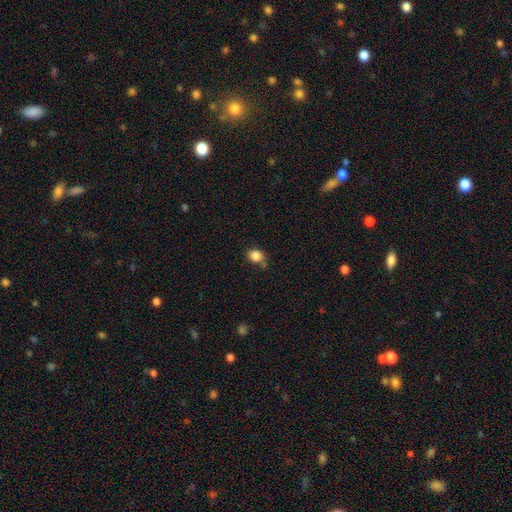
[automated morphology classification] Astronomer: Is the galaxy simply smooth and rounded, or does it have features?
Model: smooth — 84%.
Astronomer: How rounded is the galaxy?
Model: round — 55% (runner-up: in between, 44%).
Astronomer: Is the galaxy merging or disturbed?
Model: none — 62%.